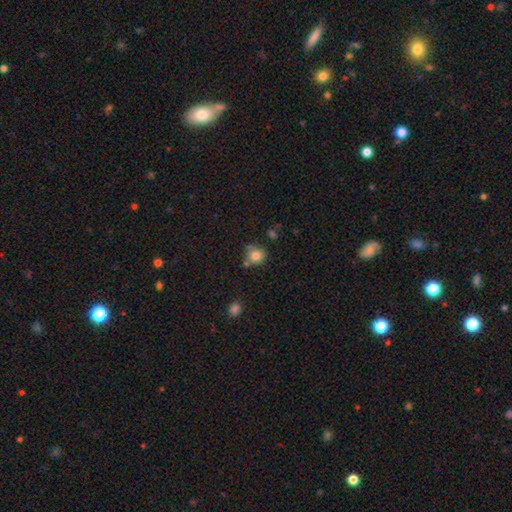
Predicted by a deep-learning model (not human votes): A smooth galaxy with no disk features (81%) that is round (84%).

Vote fractions:
- Smooth or featured? smooth: 81% / star or artifact: 11% / featured or disk: 8%
- How rounded? round: 84% / in between: 15% / cigar-shaped: 1%
- Merging? none: 65% / minor disturbance: 18% / merger: 12% / major disturbance: 4%